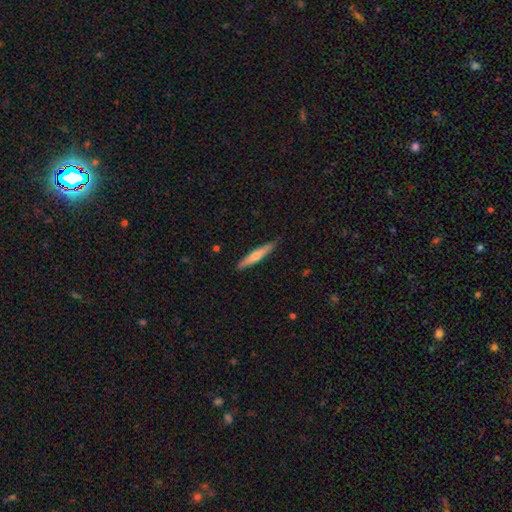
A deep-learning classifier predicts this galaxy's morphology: smooth 49%, featured or disk 45%, star or artifact 6%. Down the decision tree: merging — none (89%).